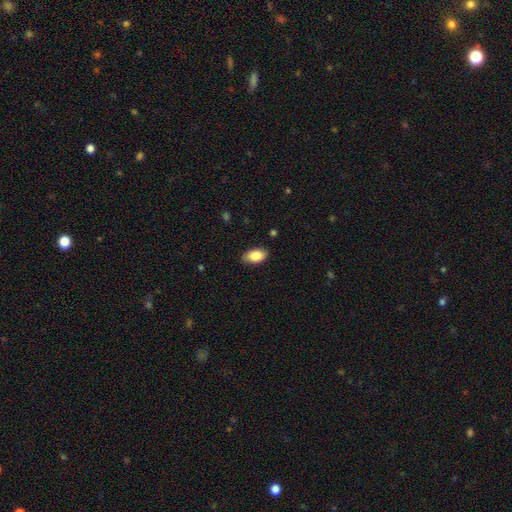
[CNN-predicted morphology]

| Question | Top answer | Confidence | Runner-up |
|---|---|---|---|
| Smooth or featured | smooth | 86% | featured or disk (7%) |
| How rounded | in between | 93% | round (5%) |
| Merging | none | 84% | minor disturbance (13%) |